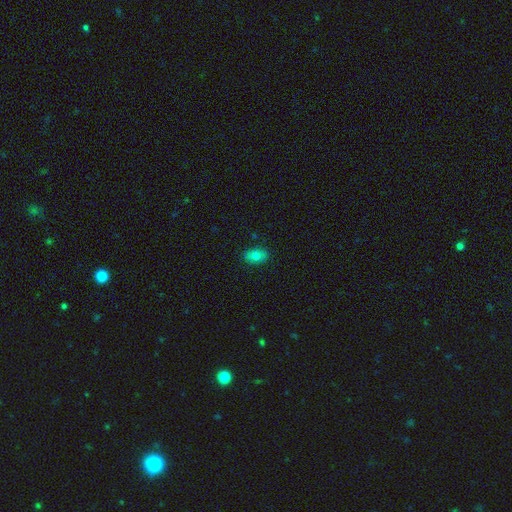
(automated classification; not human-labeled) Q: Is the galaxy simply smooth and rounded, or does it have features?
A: smooth — 79%.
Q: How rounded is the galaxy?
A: in between — 86%.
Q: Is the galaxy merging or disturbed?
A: none — 87%.